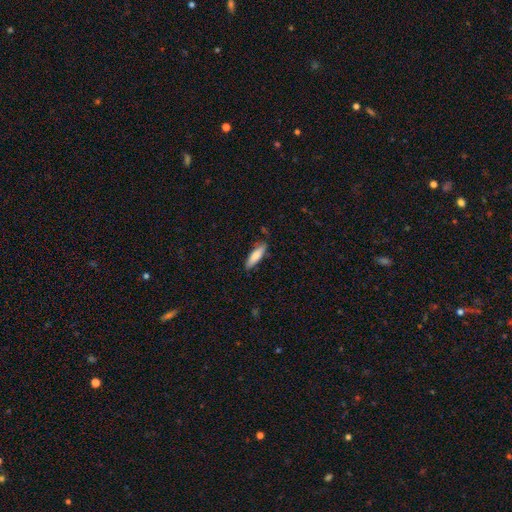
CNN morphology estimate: This is likely a smooth galaxy (78%). How rounded: likely cigar-shaped (63%). Merging: clearly none (82%).